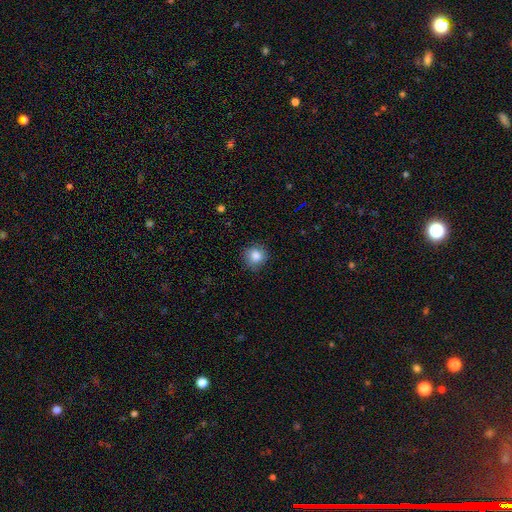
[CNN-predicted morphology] Overall: smooth (84%). How rounded: round (90%). Merging: none (85%).